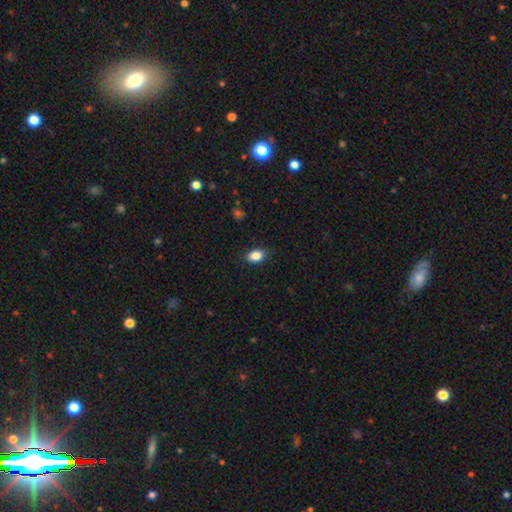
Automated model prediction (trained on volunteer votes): The model was most divided on "how rounded": in between: 84%, round: 14%, cigar-shaped: 2%. More confident: smooth or featured — smooth (87%); merging — none (86%).